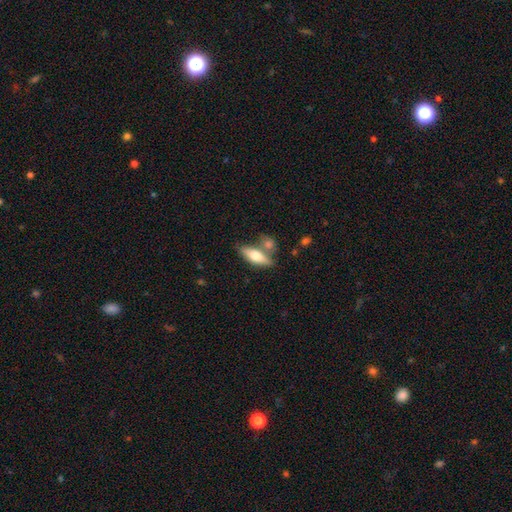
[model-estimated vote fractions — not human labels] The model was most divided on "how rounded": in between: 61%, cigar-shaped: 36%, round: 3%. More confident: smooth or featured — smooth (63%); merging — none (58%).